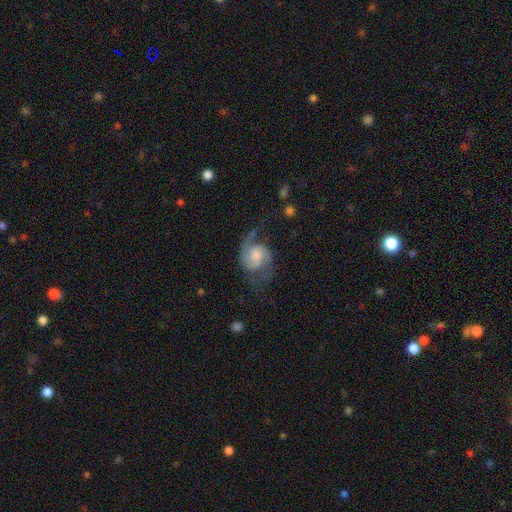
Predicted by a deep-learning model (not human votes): smooth-or-featured: featured or disk: 79% | smooth: 15% | star or artifact: 6%
  disk-edge-on: no: 98% | yes: 2%
    bar: no: 61% | weak: 34% | strong: 5%
    has-spiral-arms: yes: 95% | no: 5%
      spiral-winding: medium: 45% | loose: 41% | tight: 14%
      spiral-arm-count: 2: 87% | 1: 7% | can't tell: 3% | 3: 1% | 4: 1% | more than 4: 1%
    bulge-size: moderate: 31% | large: 27% | none: 19% | small: 18% | dominant: 5%
  merging: none: 55% | major disturbance: 22% | minor disturbance: 21% | merger: 2%